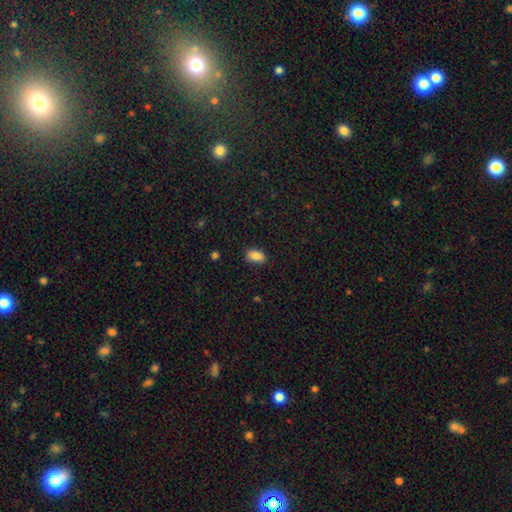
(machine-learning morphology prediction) Smooth or featured?
  - smooth: 87% *
  - star or artifact: 9%
  - featured or disk: 5%
How rounded?
  - in between: 90% *
  - round: 8%
  - cigar-shaped: 3%
Merging?
  - none: 84% *
  - minor disturbance: 13%
  - major disturbance: 3%
  - merger: 1%